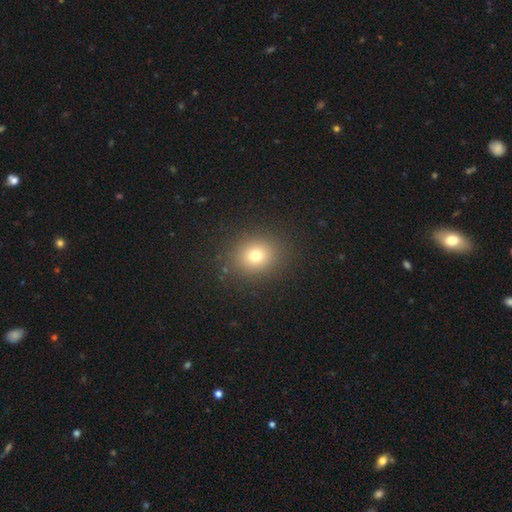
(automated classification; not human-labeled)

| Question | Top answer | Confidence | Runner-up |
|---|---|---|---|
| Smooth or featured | smooth | 74% | star or artifact (16%) |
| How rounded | round | 72% | in between (27%) |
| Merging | none | 88% | minor disturbance (7%) |